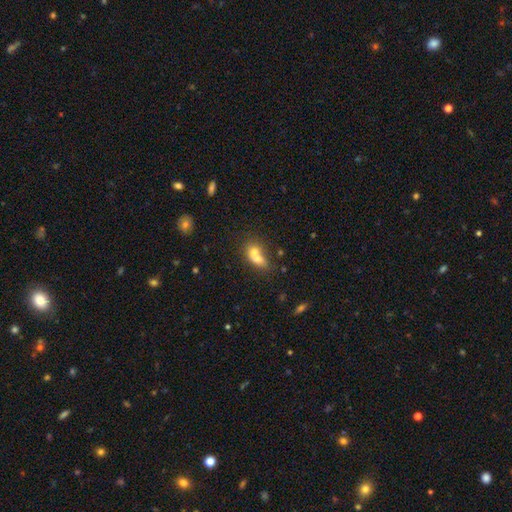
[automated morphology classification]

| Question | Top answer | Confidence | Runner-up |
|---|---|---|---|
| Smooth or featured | smooth | 67% | featured or disk (23%) |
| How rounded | in between | 61% | round (33%) |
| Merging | merger | 68% | none (20%) |